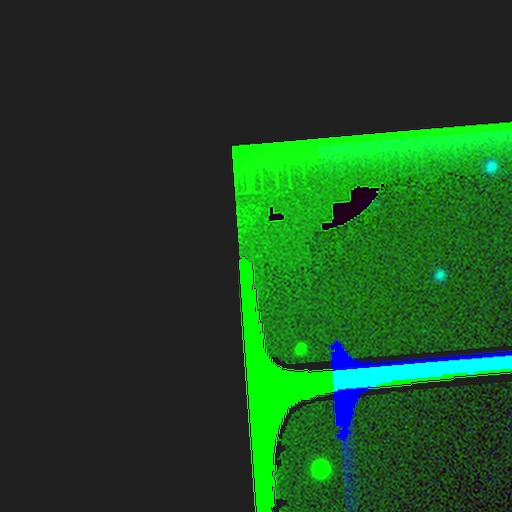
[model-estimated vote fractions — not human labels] A star or artifact, not a galaxy (86%).

Vote fractions:
- Smooth or featured? star or artifact: 86% / featured or disk: 7% / smooth: 6%